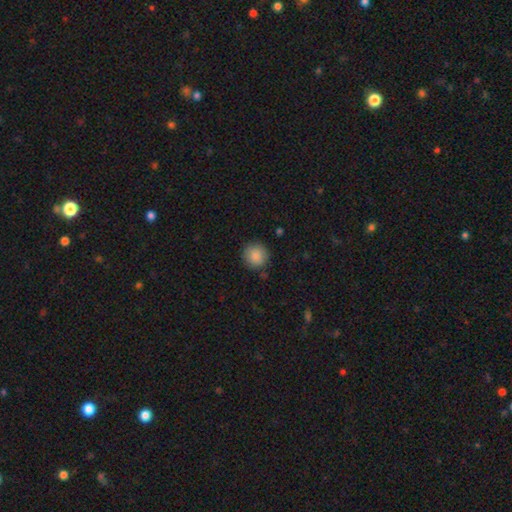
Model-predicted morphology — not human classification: smooth-or-featured: smooth: 87% | star or artifact: 8% | featured or disk: 5%
  how-rounded: round: 93% | in between: 6% | cigar-shaped: 1%
  merging: none: 88% | minor disturbance: 8% | major disturbance: 2% | merger: 1%